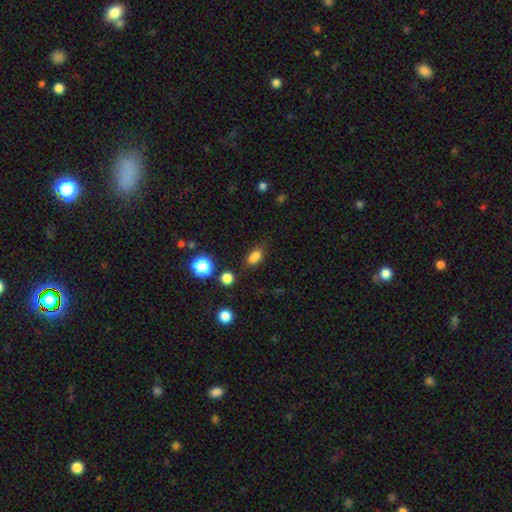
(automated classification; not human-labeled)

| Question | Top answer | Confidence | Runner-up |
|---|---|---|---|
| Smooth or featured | smooth | 80% | star or artifact (14%) |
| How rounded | in between | 79% | round (17%) |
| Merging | none | 68% | minor disturbance (19%) |